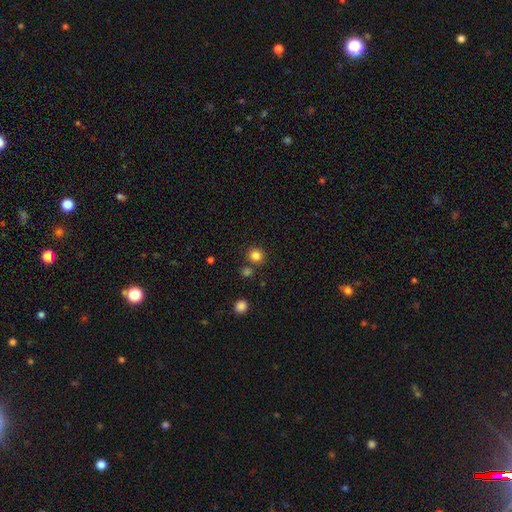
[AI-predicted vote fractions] Smooth or featured? Predicted: smooth (p=0.83). How rounded? Predicted: round (p=0.91). Merging? Predicted: none (p=0.82).